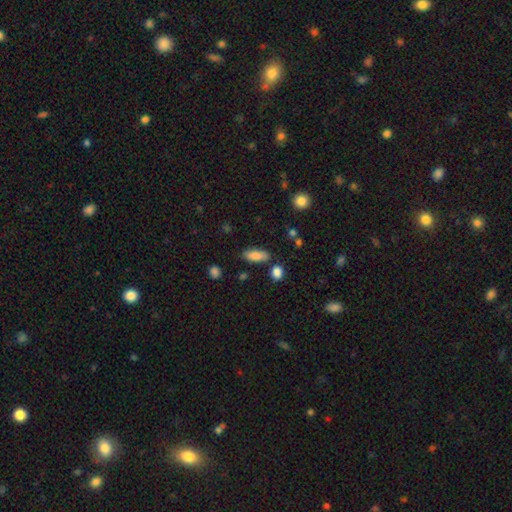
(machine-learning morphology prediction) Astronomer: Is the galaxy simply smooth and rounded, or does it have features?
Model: smooth — 85%.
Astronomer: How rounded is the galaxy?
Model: in between — 75%.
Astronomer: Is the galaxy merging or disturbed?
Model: none — 77%.